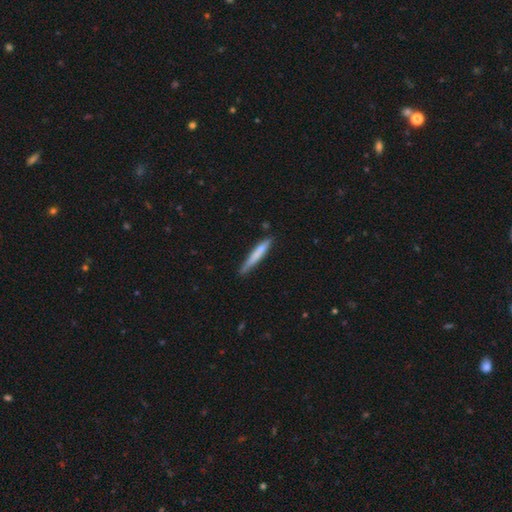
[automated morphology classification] A smooth galaxy with no disk features (69%) that is cigar-shaped (96%). Merging: none (80%).